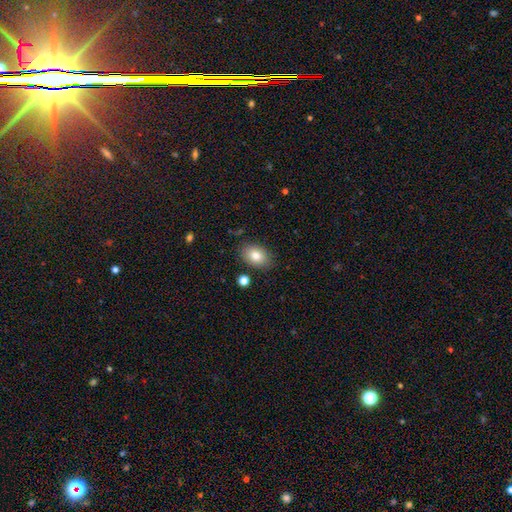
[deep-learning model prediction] Smooth or featured? smooth (81%)
How rounded? in between (82%)
Merging? none (84%)